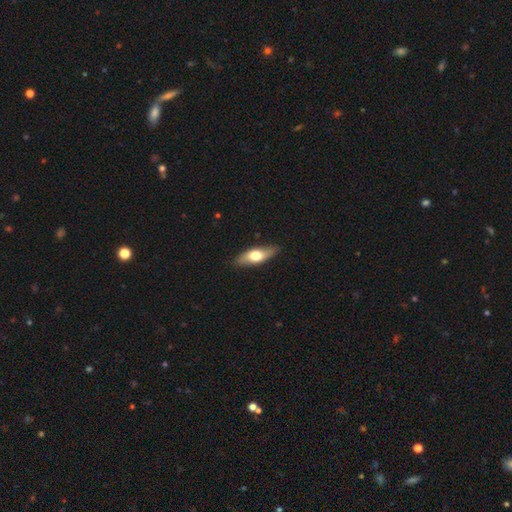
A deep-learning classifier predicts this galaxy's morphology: type=smooth (60%); roundness=in between (63%); merging=none (86%).